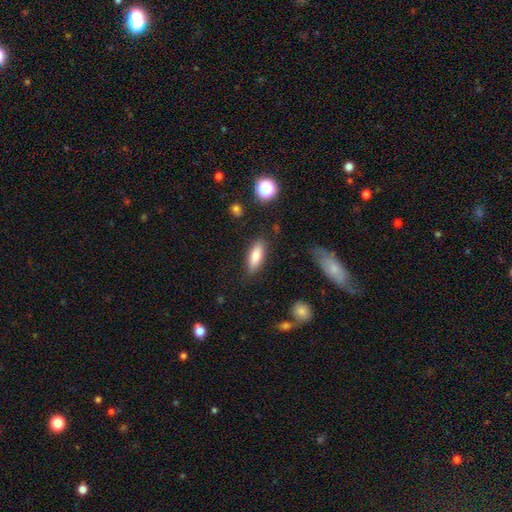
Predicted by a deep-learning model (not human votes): smooth-or-featured: smooth: 78% | featured or disk: 15% | star or artifact: 7%
  how-rounded: in between: 58% | cigar-shaped: 40% | round: 2%
  merging: none: 83% | minor disturbance: 12% | major disturbance: 3% | merger: 2%